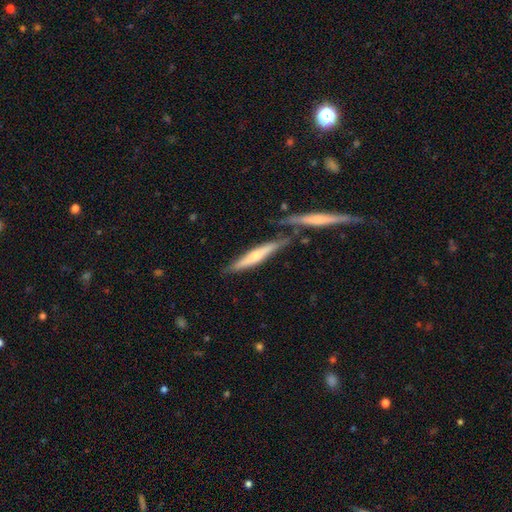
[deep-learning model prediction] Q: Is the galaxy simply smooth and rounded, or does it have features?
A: featured or disk — 49%.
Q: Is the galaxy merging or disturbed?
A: none — 59%.